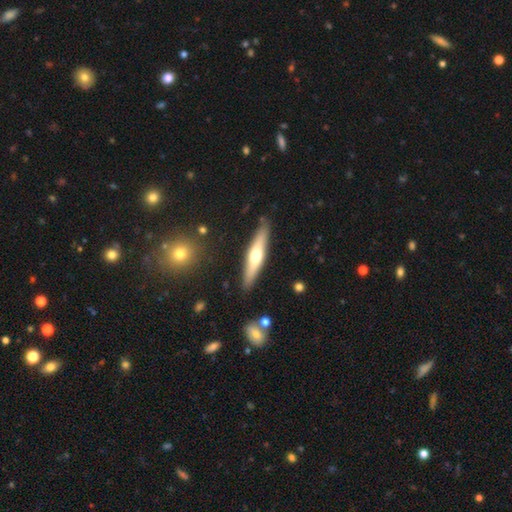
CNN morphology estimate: Smooth or featured? featured or disk (49%)
Merging? none (87%)